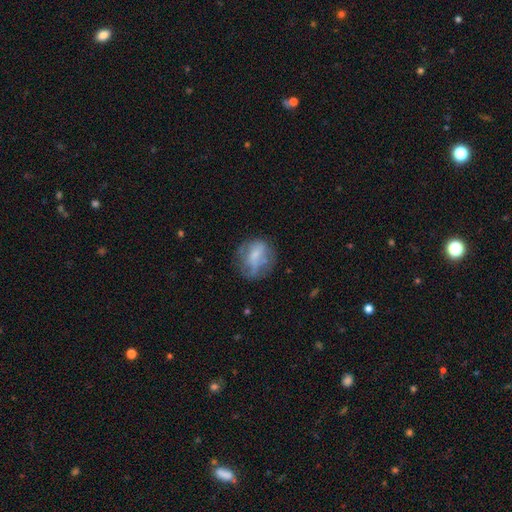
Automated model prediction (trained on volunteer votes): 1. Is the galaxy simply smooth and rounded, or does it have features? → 52% smooth, 39% featured or disk, 9% star or artifact.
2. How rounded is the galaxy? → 66% round, 32% in between, 1% cigar-shaped.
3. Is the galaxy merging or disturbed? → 54% none, 25% minor disturbance, 18% major disturbance, 3% merger.